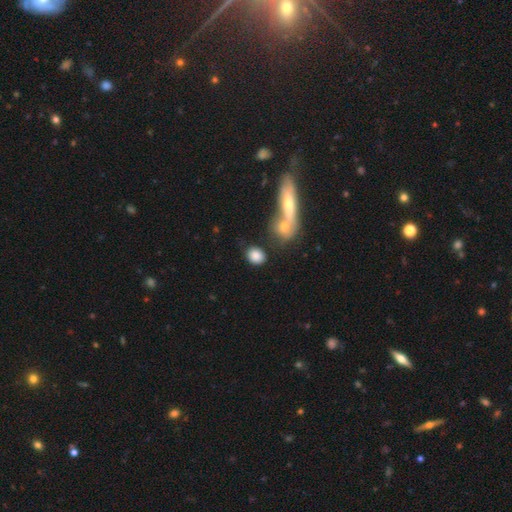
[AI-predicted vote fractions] Q: Smooth or featured?
A: smooth (84%); runner-up: star or artifact (8%)
Q: How rounded?
A: in between (50%); runner-up: round (46%)
Q: Merging?
A: none (68%); runner-up: minor disturbance (14%)